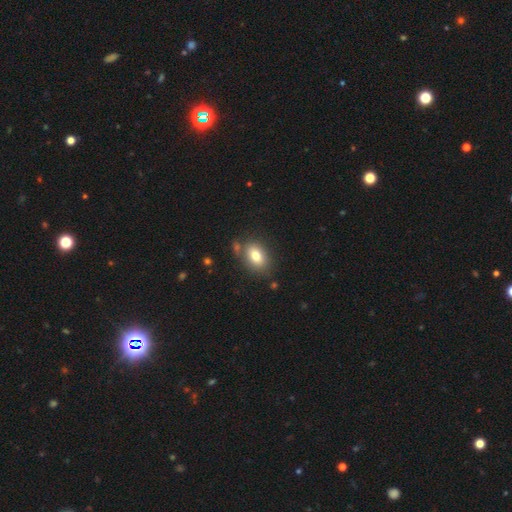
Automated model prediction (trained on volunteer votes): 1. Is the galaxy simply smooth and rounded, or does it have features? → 80% smooth, 12% featured or disk, 9% star or artifact.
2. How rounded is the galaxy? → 85% in between, 14% round, 2% cigar-shaped.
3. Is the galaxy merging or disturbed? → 74% none, 13% minor disturbance, 9% merger, 4% major disturbance.